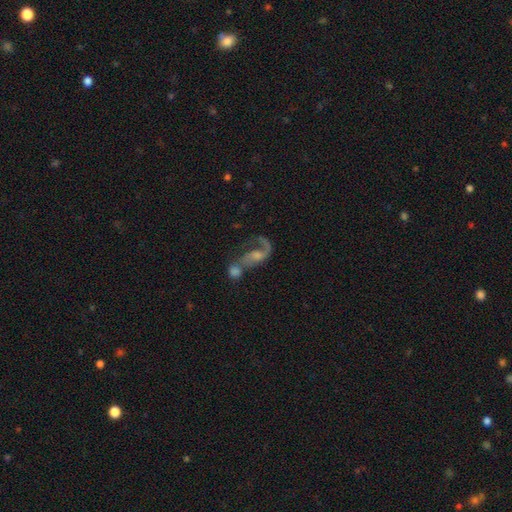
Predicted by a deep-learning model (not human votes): Morphology: type=featured or disk (76%); edge-on=no (96%); bar=no (54%); spiral arms=yes (89%); winding=loose (59%); arm count=2 (54%); bulge=moderate (40%); merging=merger (53%).